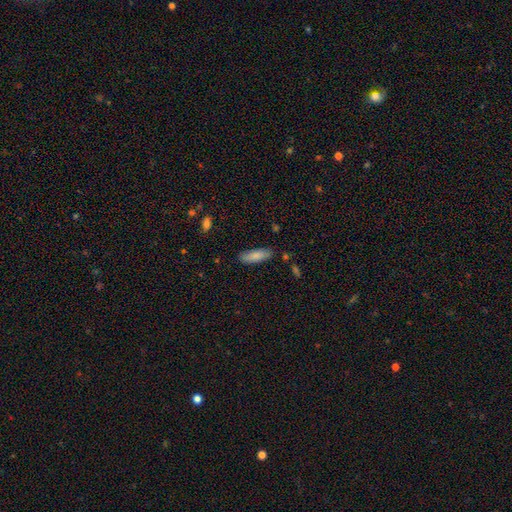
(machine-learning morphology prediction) A smooth galaxy with no disk features (82%) that is in between round and cigar-shaped (53%).

Vote fractions:
- Smooth or featured? smooth: 82% / featured or disk: 12% / star or artifact: 6%
- How rounded? in between: 53% / cigar-shaped: 46% / round: 2%
- Merging? none: 83% / minor disturbance: 12% / major disturbance: 2% / merger: 2%